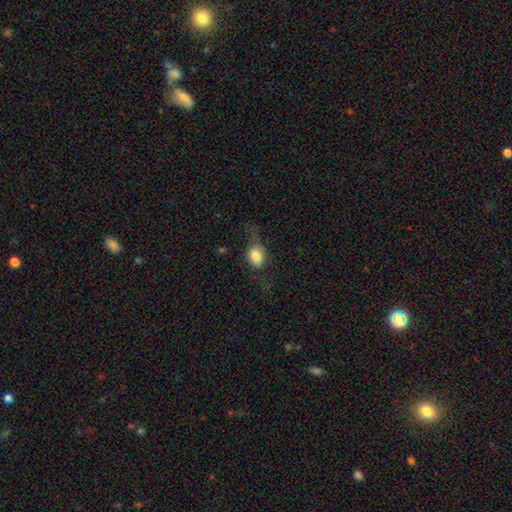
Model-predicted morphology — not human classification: smooth-or-featured: smooth: 74% | featured or disk: 17% | star or artifact: 8%
  how-rounded: in between: 70% | round: 27% | cigar-shaped: 3%
  merging: none: 42% | major disturbance: 28% | minor disturbance: 28% | merger: 2%